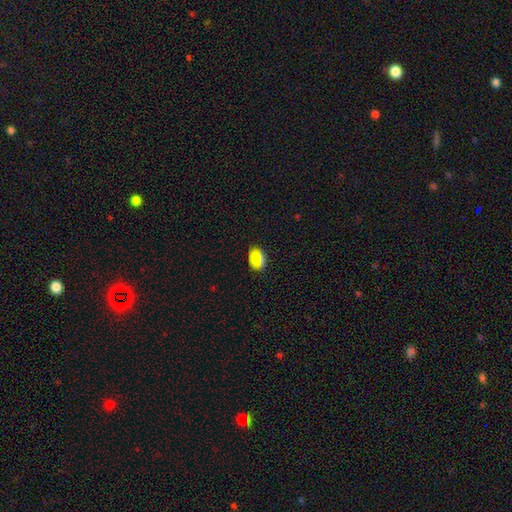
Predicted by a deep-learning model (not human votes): smooth-or-featured: smooth: 77% | star or artifact: 17% | featured or disk: 6%
  how-rounded: in between: 80% | round: 17% | cigar-shaped: 3%
  merging: none: 85% | minor disturbance: 10% | major disturbance: 3% | merger: 2%